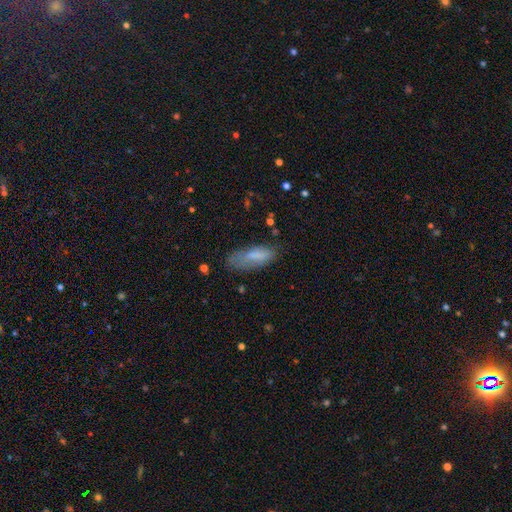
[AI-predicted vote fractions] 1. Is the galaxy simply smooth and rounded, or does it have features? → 75% smooth, 16% featured or disk, 8% star or artifact.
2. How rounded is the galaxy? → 62% in between, 37% cigar-shaped, 2% round.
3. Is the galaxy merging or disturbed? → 57% none, 28% minor disturbance, 12% major disturbance, 3% merger.